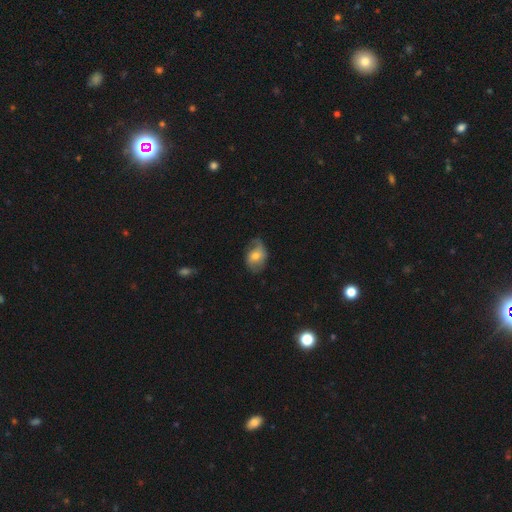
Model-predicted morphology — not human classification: smooth_or_featured: smooth (p=0.49) [alt: featured or disk p=0.43]
merging: none (p=0.54) [alt: minor disturbance p=0.31]